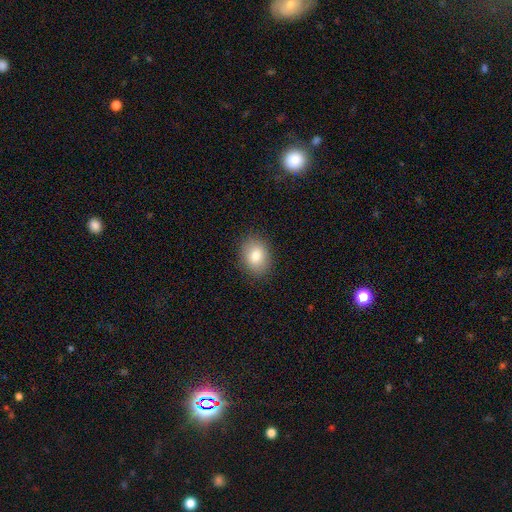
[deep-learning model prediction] This is clearly a smooth galaxy (81%). How rounded: likely in between (66%). Merging: clearly none (87%).